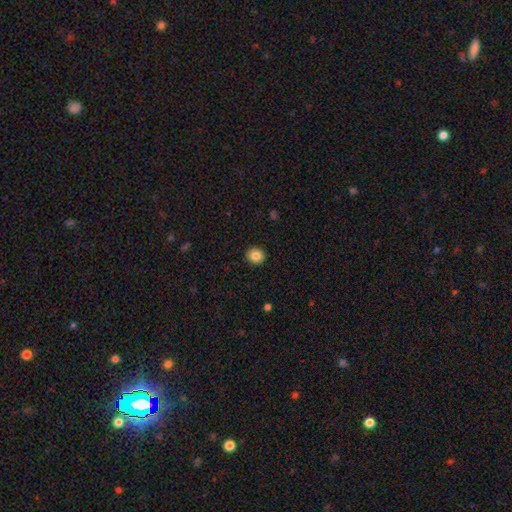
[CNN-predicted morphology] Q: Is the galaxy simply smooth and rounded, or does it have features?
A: smooth — 85%.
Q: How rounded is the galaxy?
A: round — 86%.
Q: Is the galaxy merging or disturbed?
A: none — 92%.